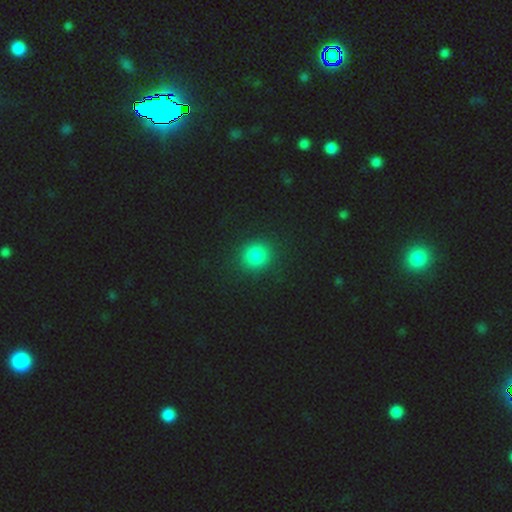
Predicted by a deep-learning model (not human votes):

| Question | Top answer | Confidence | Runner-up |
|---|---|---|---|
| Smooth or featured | smooth | 81% | star or artifact (15%) |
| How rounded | round | 84% | in between (15%) |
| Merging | none | 90% | minor disturbance (6%) |